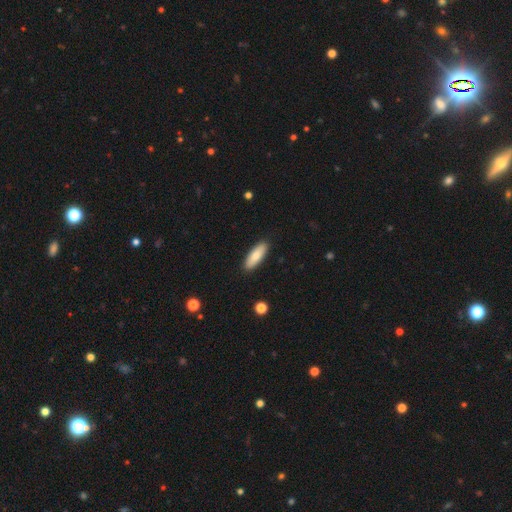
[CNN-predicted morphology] type=smooth (81%); roundness=in between (60%); merging=none (90%).